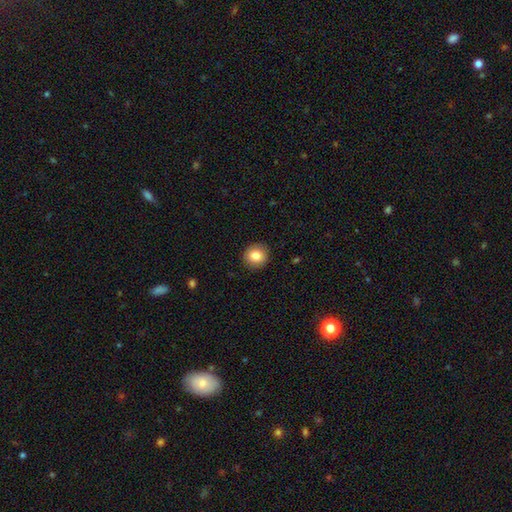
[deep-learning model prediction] Morphology: type=smooth (84%); roundness=round (91%); merging=none (91%).